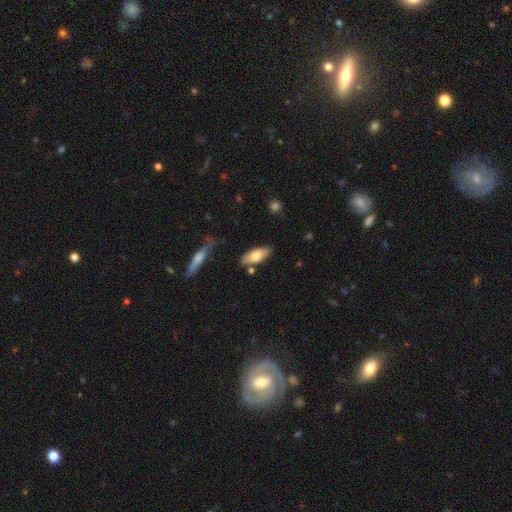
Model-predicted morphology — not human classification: type=smooth (71%); roundness=in between (76%); merging=none (80%).